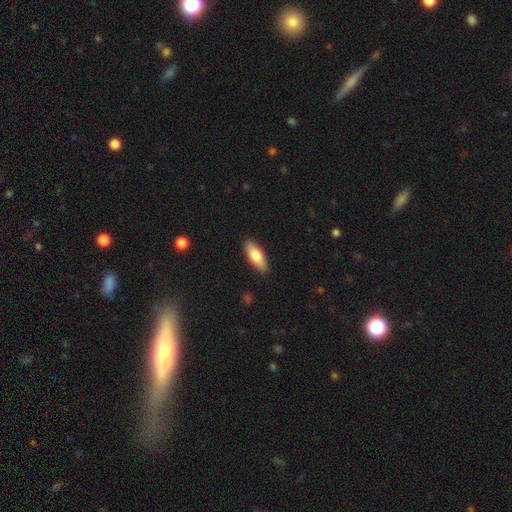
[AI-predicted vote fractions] smooth_or_featured: smooth (p=0.74) [alt: featured or disk p=0.20]
how_rounded: in between (p=0.68) [alt: cigar-shaped p=0.29]
merging: none (p=0.88) [alt: minor disturbance p=0.09]